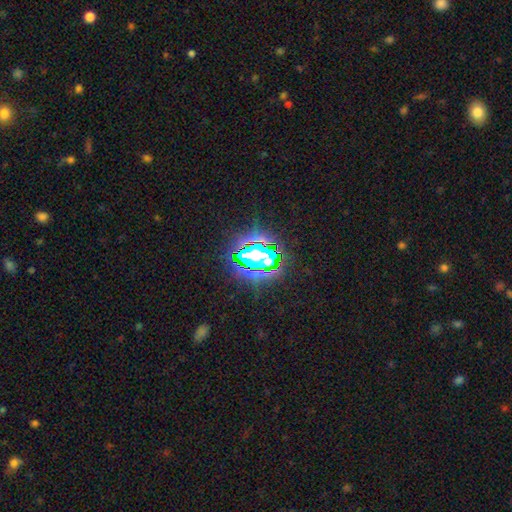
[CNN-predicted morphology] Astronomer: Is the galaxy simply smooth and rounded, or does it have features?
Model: star or artifact — 70%.